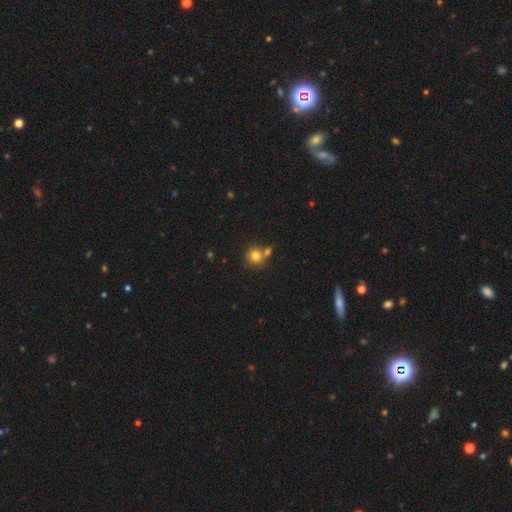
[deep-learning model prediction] Morphology: type=smooth (79%); roundness=round (88%); merging=none (56%).